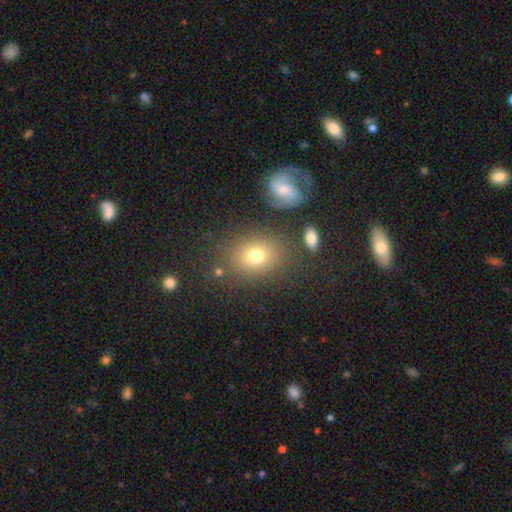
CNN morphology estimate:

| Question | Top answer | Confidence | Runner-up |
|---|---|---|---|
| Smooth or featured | smooth | 72% | featured or disk (14%) |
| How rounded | in between | 53% | round (46%) |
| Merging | none | 79% | minor disturbance (12%) |